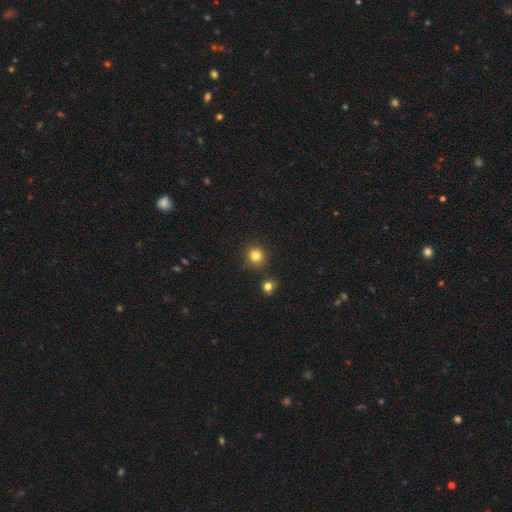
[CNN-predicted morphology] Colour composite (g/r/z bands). It shows a smooth galaxy with no disk features (82%) that is round (92%). Merging: none (87%).